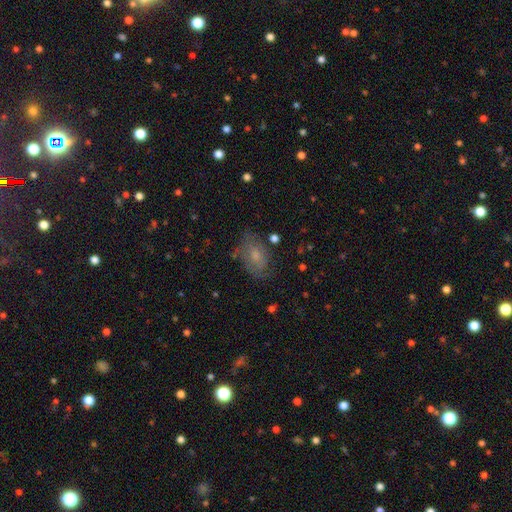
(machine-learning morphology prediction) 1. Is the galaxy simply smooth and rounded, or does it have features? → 49% smooth, 40% featured or disk, 11% star or artifact.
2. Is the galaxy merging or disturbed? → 60% none, 25% minor disturbance, 13% major disturbance, 2% merger.